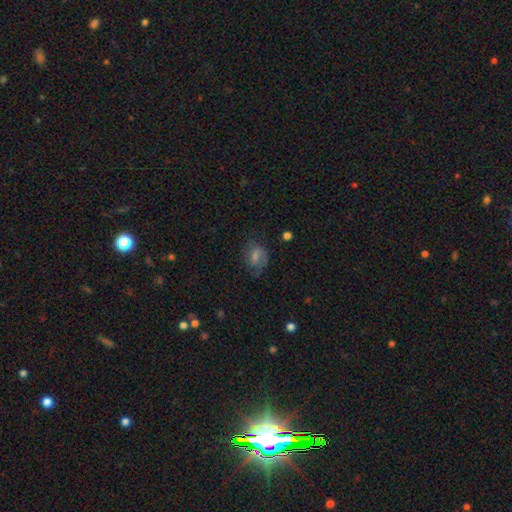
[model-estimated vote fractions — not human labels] featured or disk 46%, smooth 36%, star or artifact 18%. Down the decision tree: merging — none (67%).